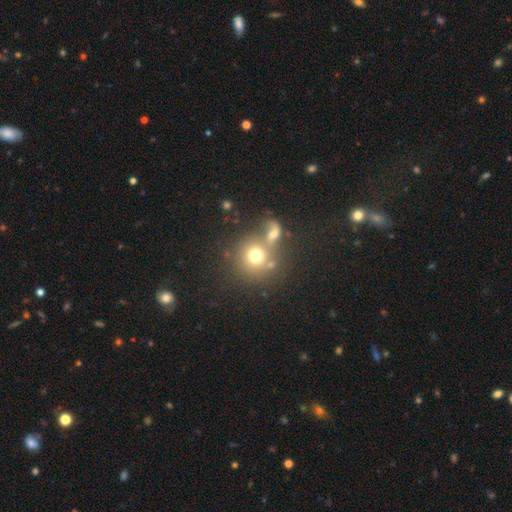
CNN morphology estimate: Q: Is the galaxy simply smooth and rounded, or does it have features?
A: smooth — 70%.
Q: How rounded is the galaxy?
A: round — 87%.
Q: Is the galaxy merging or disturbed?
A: none — 46%.